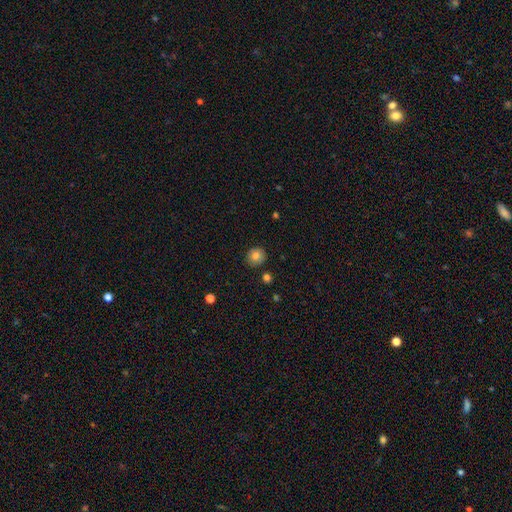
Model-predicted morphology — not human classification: smooth-or-featured: smooth: 81% | star or artifact: 10% | featured or disk: 9%
  how-rounded: round: 86% | in between: 13% | cigar-shaped: 1%
  merging: none: 89% | minor disturbance: 8% | merger: 2% | major disturbance: 2%